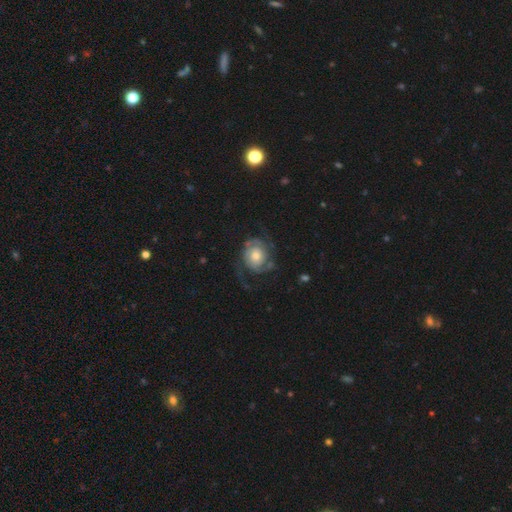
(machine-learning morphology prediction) smooth_or_featured: featured or disk (p=0.79) [alt: smooth p=0.15]
disk_edge_on: no (p=0.98) [alt: yes p=0.02]
bar: no (p=0.77) [alt: weak p=0.19]
has_spiral_arms: yes (p=0.93) [alt: no p=0.07]
spiral_winding: tight (p=0.44) [alt: medium p=0.35]
spiral_arm_count: 2 (p=0.67) [alt: can't tell p=0.13]
bulge_size: moderate (p=0.58) [alt: small p=0.21]
merging: none (p=0.62) [alt: major disturbance p=0.18]